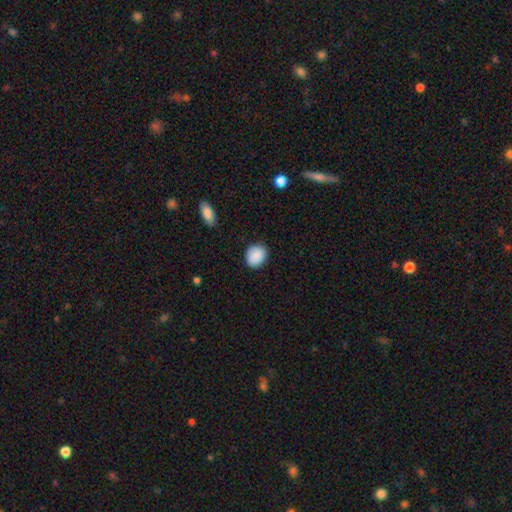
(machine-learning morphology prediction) Smooth or featured? smooth (89%)
How rounded? round (62%)
Merging? none (84%)